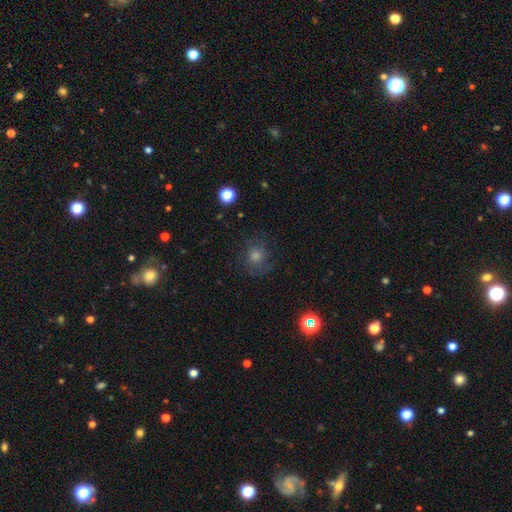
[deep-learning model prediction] This is possibly a smooth galaxy (47%). Merging: likely none (76%).